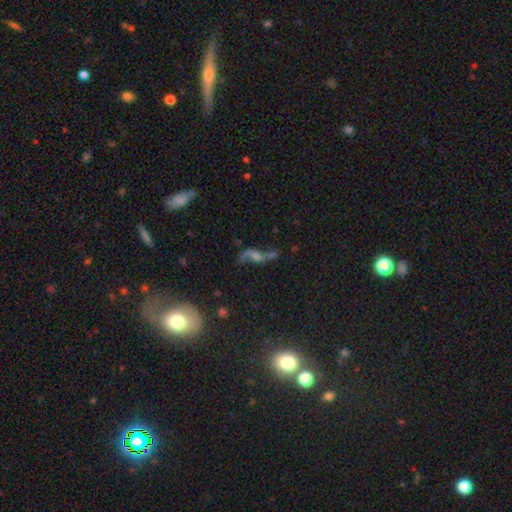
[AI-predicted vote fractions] Morphology: type=featured or disk (70%); edge-on=no (87%); bar=no (56%); spiral arms=yes (89%); winding=loose (87%); arm count=2 (91%); bulge=moderate (36%); merging=none (64%).